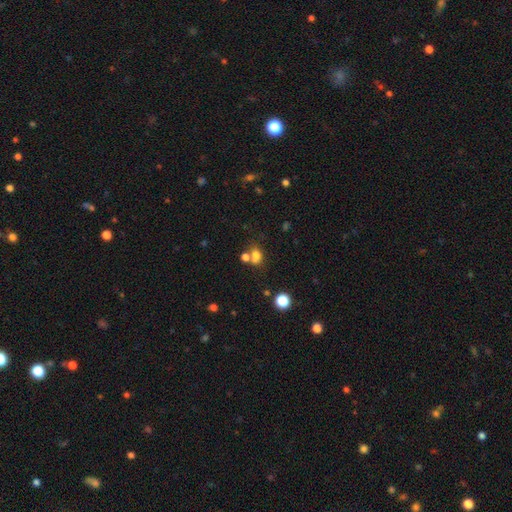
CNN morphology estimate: Smooth or featured? smooth (71%)
How rounded? in between (59%)
Merging? none (43%)